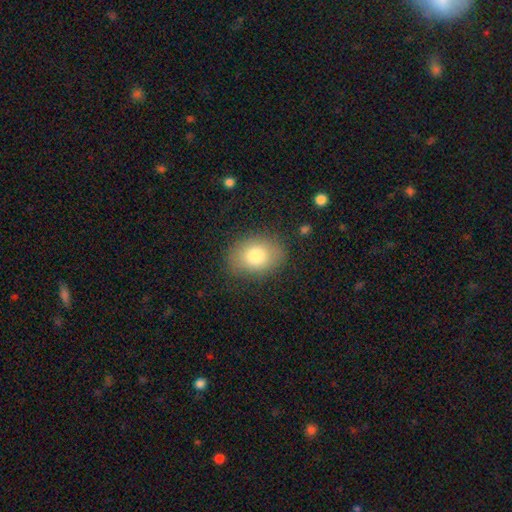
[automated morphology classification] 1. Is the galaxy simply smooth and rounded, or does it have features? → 78% smooth, 13% featured or disk, 9% star or artifact.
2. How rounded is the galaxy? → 69% in between, 30% round, 1% cigar-shaped.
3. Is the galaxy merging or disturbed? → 82% none, 12% minor disturbance, 4% major disturbance, 1% merger.